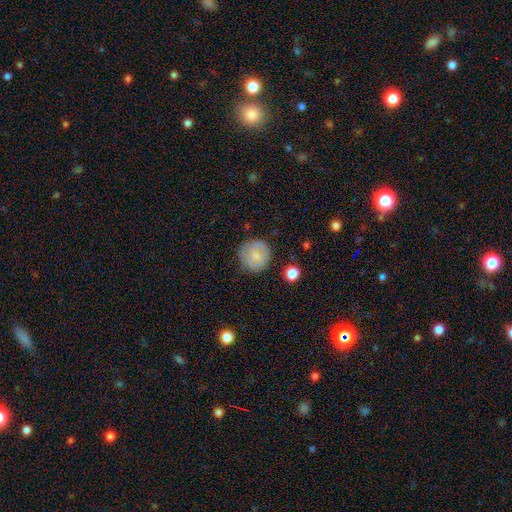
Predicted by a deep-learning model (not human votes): This is likely a smooth galaxy (72%). How rounded: clearly round (93%). Merging: likely none (79%).